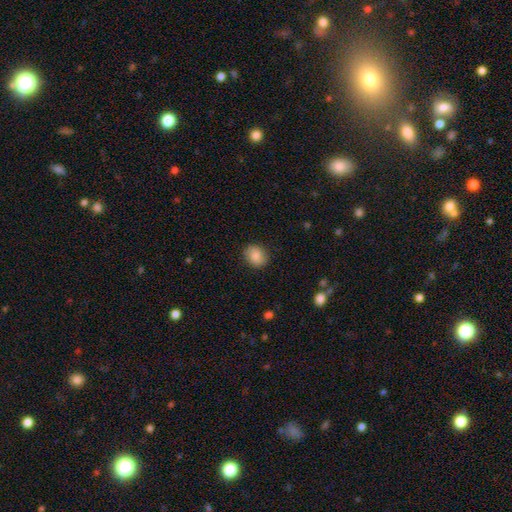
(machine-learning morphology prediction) type=smooth (85%); roundness=round (64%); merging=none (87%).